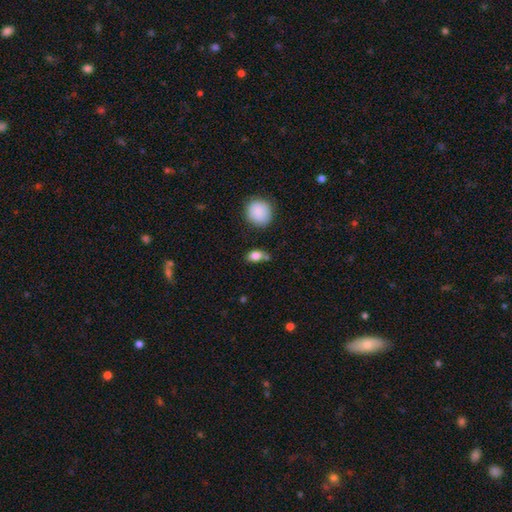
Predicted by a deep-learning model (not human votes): Q: Smooth or featured?
A: smooth (84%); runner-up: star or artifact (9%)
Q: How rounded?
A: in between (72%); runner-up: round (26%)
Q: Merging?
A: none (61%); runner-up: minor disturbance (20%)